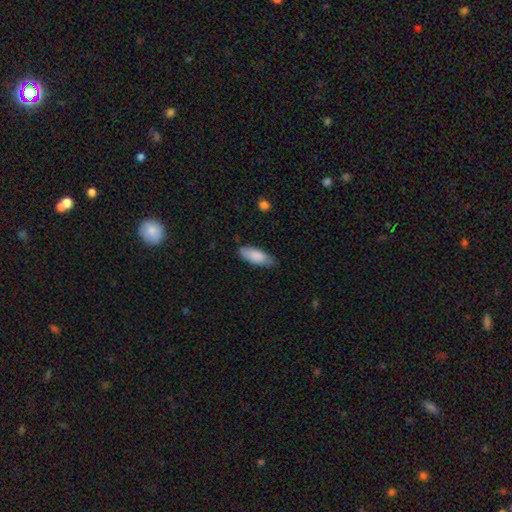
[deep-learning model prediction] smooth-or-featured: smooth: 85% | featured or disk: 10% | star or artifact: 5%
  how-rounded: in between: 79% | cigar-shaped: 20% | round: 2%
  merging: none: 74% | minor disturbance: 21% | major disturbance: 3% | merger: 1%